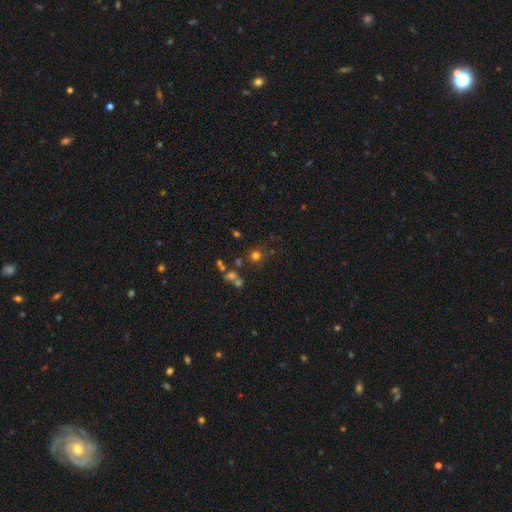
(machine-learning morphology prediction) This appears to be a smooth galaxy with no disk features (65%) that is round (88%). Merging: none (70%).